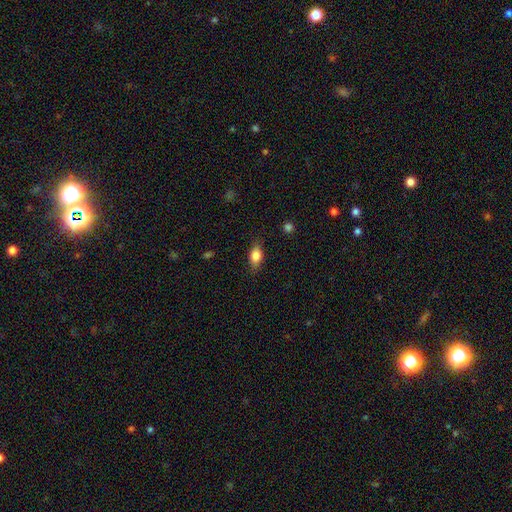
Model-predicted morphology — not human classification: Smooth or featured? Predicted: smooth (p=0.81). How rounded? Predicted: in between (p=0.81). Merging? Predicted: none (p=0.80).